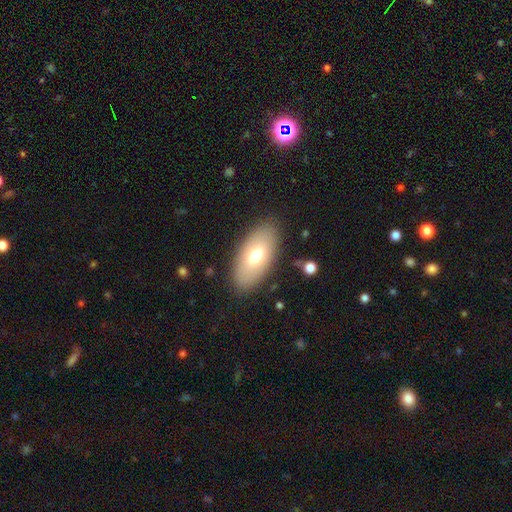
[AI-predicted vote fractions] A smooth galaxy with no disk features (68%) that is in between round and cigar-shaped (92%). Merging: none (85%).